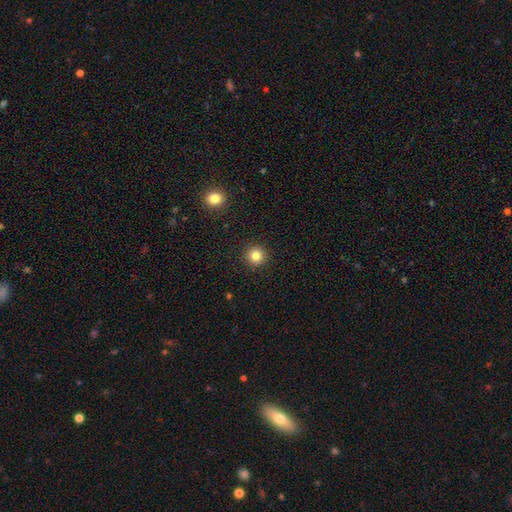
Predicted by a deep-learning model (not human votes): This is clearly a smooth galaxy (82%). How rounded: clearly round (95%). Merging: clearly none (92%).